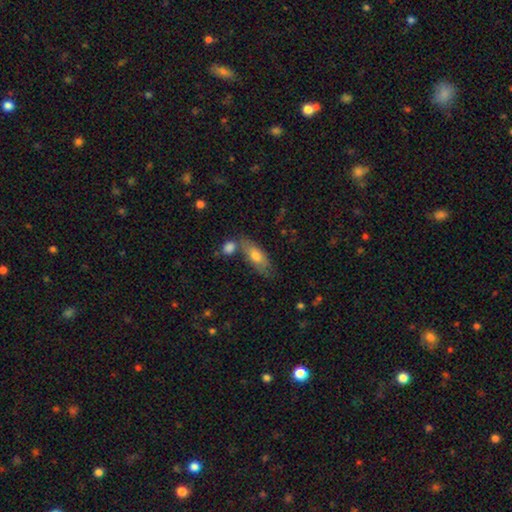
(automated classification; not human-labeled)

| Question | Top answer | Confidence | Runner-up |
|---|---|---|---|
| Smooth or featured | smooth | 71% | featured or disk (23%) |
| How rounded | in between | 75% | cigar-shaped (21%) |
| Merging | none | 54% | merger (21%) |